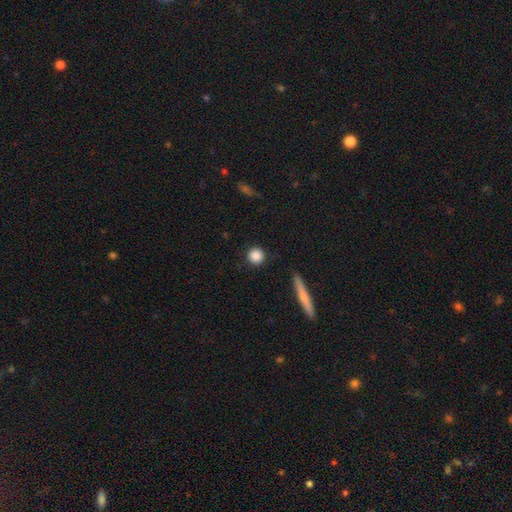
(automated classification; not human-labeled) The model was most divided on "smooth or featured": smooth: 87%, star or artifact: 9%, featured or disk: 4%. More confident: how rounded — round (93%); merging — none (89%).